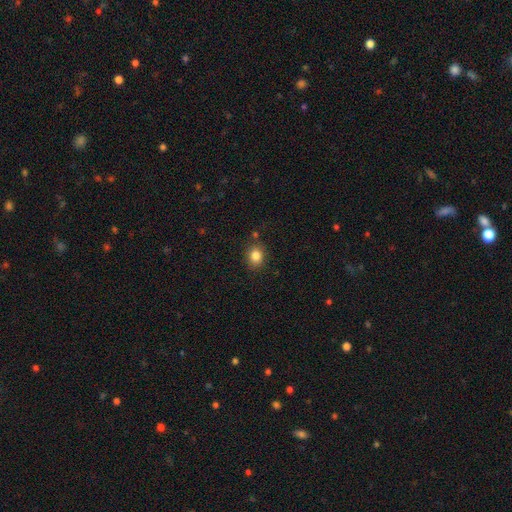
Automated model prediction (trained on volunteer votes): A smooth galaxy with no disk features (84%) that is round (63%). Merging: none (83%).